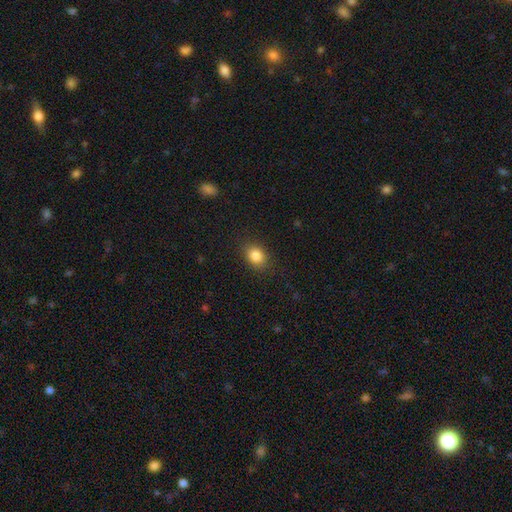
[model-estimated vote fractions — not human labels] Overall: smooth (85%). How rounded: in between (54%; round 45%). Merging: none (86%).